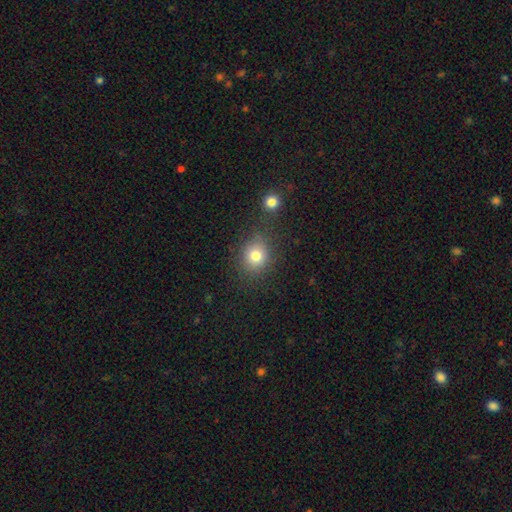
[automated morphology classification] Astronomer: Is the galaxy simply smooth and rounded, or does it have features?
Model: smooth — 79%.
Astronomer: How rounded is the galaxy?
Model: round — 72%.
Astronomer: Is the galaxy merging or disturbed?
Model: none — 75%.